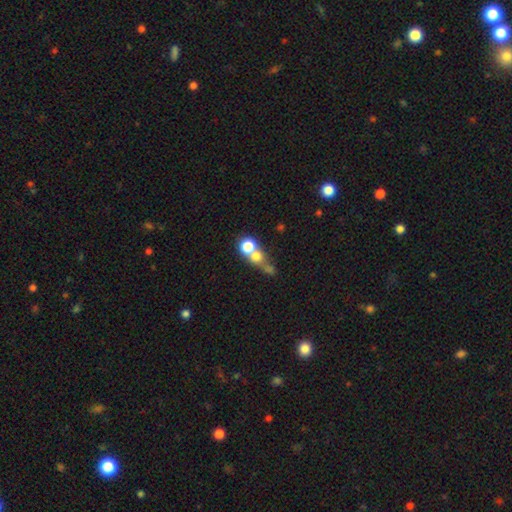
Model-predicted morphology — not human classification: smooth 62%, featured or disk 21%, star or artifact 17%. Down the decision tree: how rounded — round (78%); merging — merger (56%).